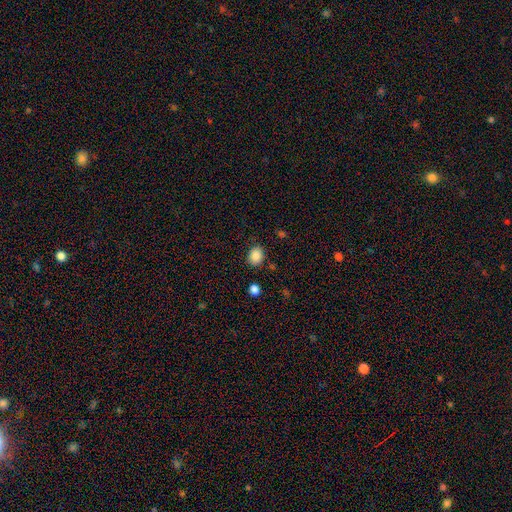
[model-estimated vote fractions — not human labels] A smooth galaxy with no disk features (87%) that is round (53%).

Vote fractions:
- Smooth or featured? smooth: 87% / star or artifact: 10% / featured or disk: 4%
- How rounded? round: 53% / in between: 47% / cigar-shaped: 1%
- Merging? none: 82% / minor disturbance: 12% / major disturbance: 3% / merger: 3%